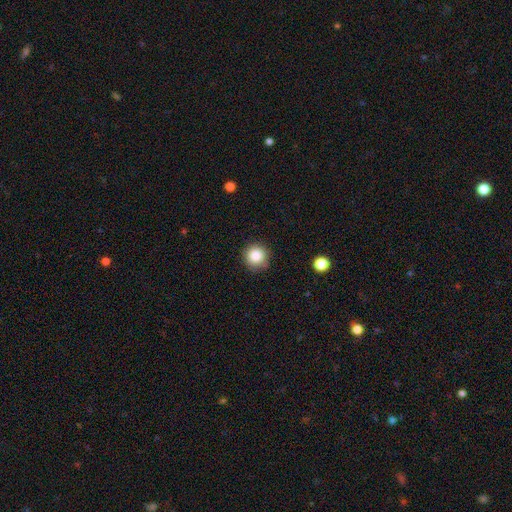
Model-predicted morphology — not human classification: smooth_or_featured: smooth (p=0.86) [alt: star or artifact p=0.10]
how_rounded: round (p=0.95) [alt: in between p=0.04]
merging: none (p=0.85) [alt: minor disturbance p=0.10]